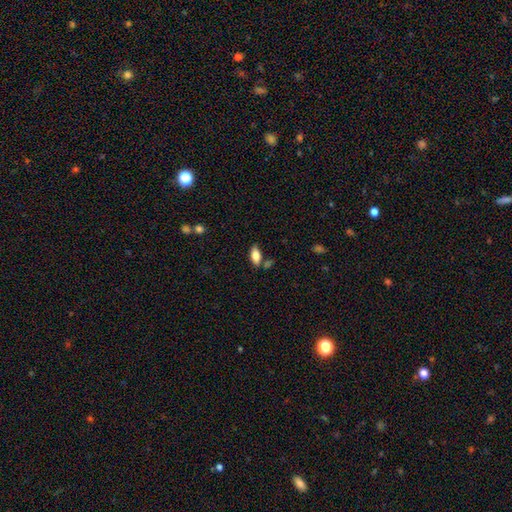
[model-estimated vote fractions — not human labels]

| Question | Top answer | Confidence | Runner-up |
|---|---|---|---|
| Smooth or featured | smooth | 78% | featured or disk (15%) |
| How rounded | in between | 86% | cigar-shaped (11%) |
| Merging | none | 74% | minor disturbance (14%) |